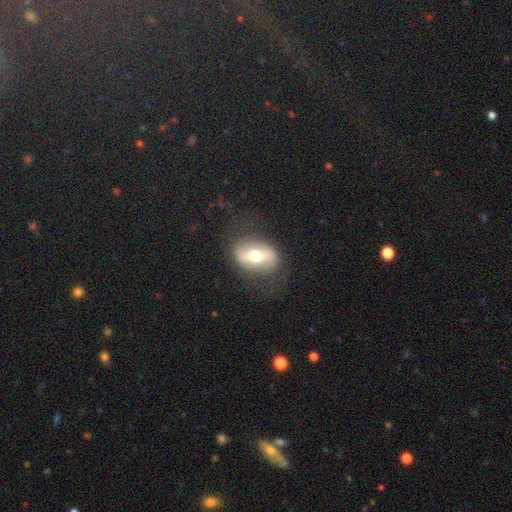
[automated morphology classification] Smooth or featured? Predicted: featured or disk (p=0.49). Merging? Predicted: none (p=0.72).